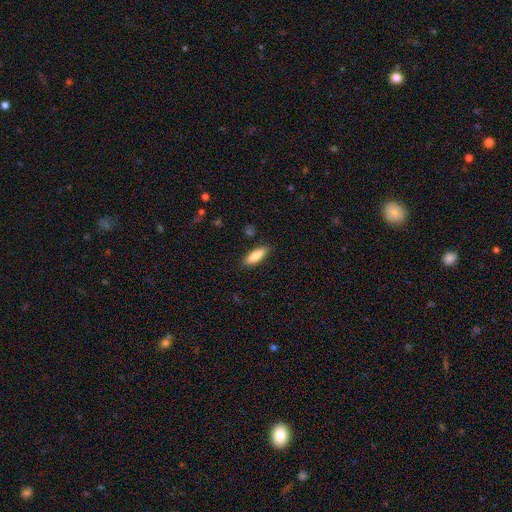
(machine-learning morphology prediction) A smooth galaxy with no disk features (76%) that is in between round and cigar-shaped (55%).

Vote fractions:
- Smooth or featured? smooth: 76% / featured or disk: 18% / star or artifact: 6%
- How rounded? in between: 55% / cigar-shaped: 43% / round: 2%
- Merging? none: 87% / minor disturbance: 9% / major disturbance: 2% / merger: 2%